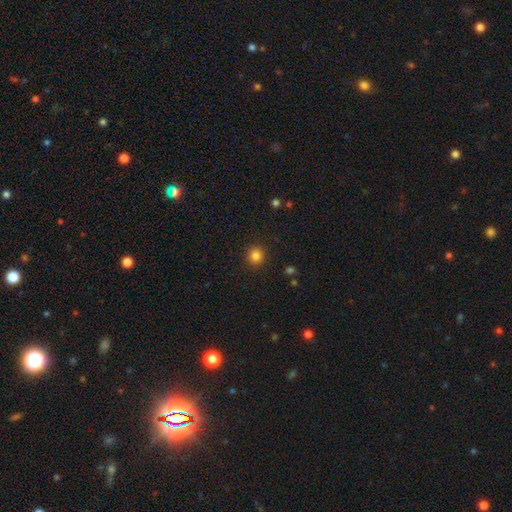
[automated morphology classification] type=smooth (84%); roundness=round (91%); merging=none (91%).